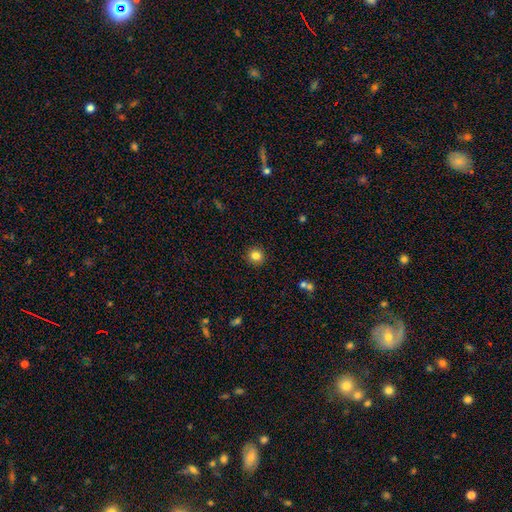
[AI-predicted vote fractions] Q: Smooth or featured?
A: smooth (83%); runner-up: star or artifact (11%)
Q: How rounded?
A: round (92%); runner-up: in between (7%)
Q: Merging?
A: none (92%); runner-up: minor disturbance (5%)